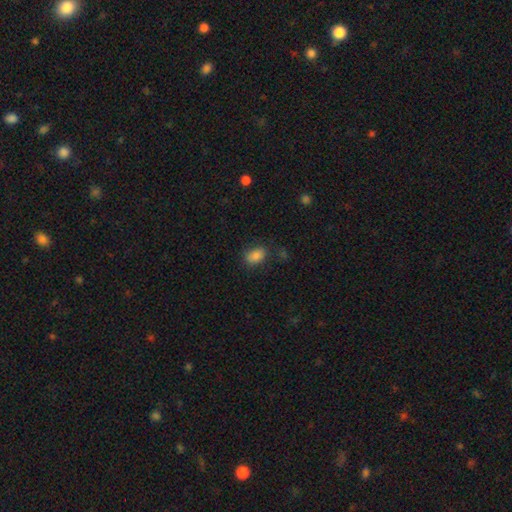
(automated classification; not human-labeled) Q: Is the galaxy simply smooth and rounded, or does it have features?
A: smooth — 85%.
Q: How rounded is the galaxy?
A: in between — 87%.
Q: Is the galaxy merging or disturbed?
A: none — 78%.